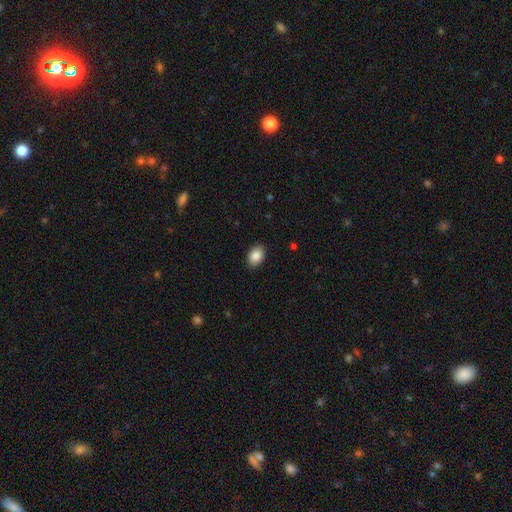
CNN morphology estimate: Smooth or featured?
  - smooth: 88% *
  - star or artifact: 7%
  - featured or disk: 5%
How rounded?
  - in between: 83% *
  - round: 16%
  - cigar-shaped: 1%
Merging?
  - none: 88% *
  - minor disturbance: 9%
  - major disturbance: 2%
  - merger: 1%